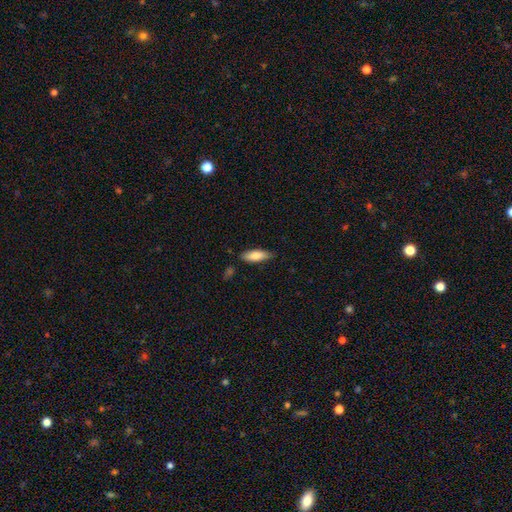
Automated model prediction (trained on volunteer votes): Smooth or featured? Predicted: smooth (p=0.81). How rounded? Predicted: in between (p=0.65). Merging? Predicted: none (p=0.78).